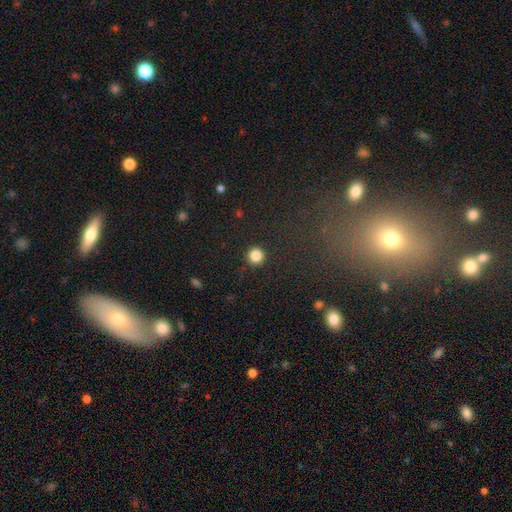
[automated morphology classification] Q: Smooth or featured?
A: smooth (85%); runner-up: star or artifact (11%)
Q: How rounded?
A: round (95%); runner-up: in between (4%)
Q: Merging?
A: none (92%); runner-up: minor disturbance (5%)